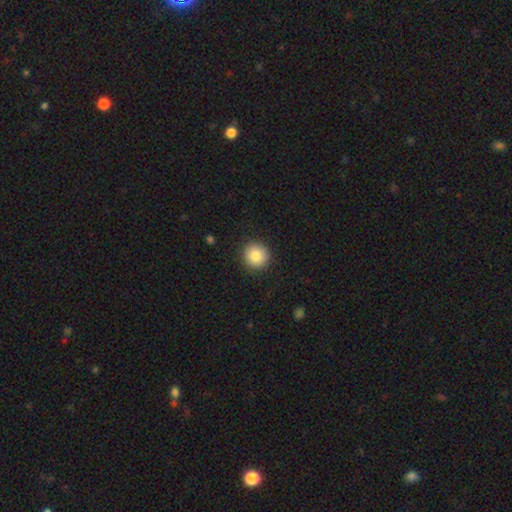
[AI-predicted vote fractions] smooth 85%, star or artifact 9%, featured or disk 7%. Down the decision tree: how rounded — round (94%); merging — none (91%).